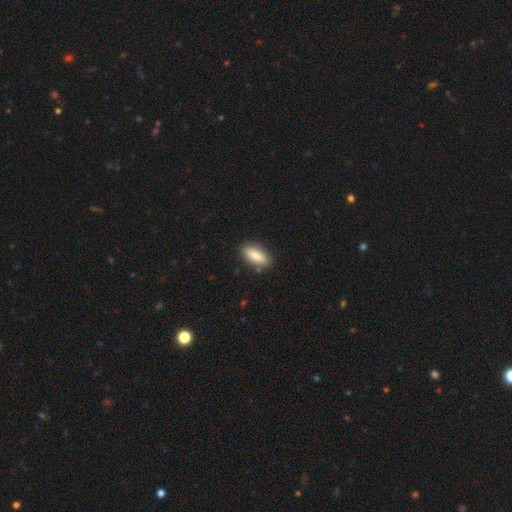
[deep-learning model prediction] smooth 85%, featured or disk 9%, star or artifact 6%. Down the decision tree: how rounded — in between (80%); merging — none (85%).